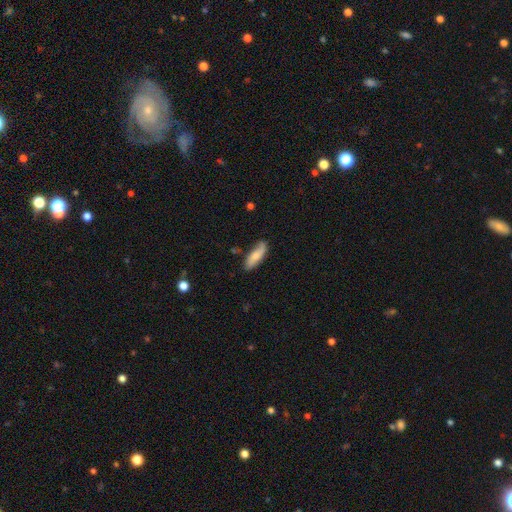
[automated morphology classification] This is likely a smooth galaxy (69%). How rounded: possibly in between (55%). Merging: likely none (72%).